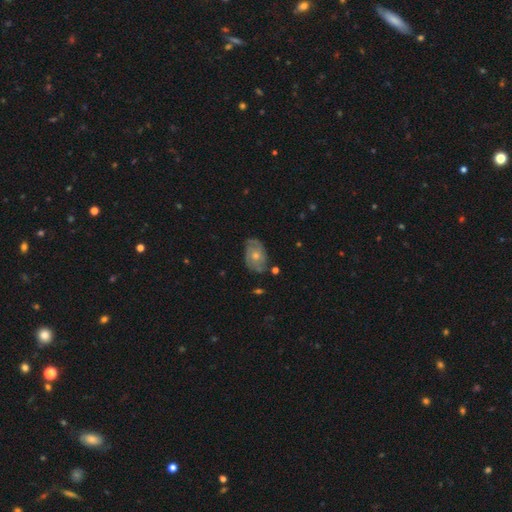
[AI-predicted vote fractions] smooth-or-featured: featured or disk: 64% | smooth: 30% | star or artifact: 6%
  disk-edge-on: no: 95% | yes: 5%
    bar: no: 82% | weak: 16% | strong: 2%
    has-spiral-arms: yes: 76% | no: 24%
    bulge-size: moderate: 57% | small: 38% | large: 2% | none: 2% | dominant: 1%
  merging: none: 66% | minor disturbance: 24% | major disturbance: 7% | merger: 3%